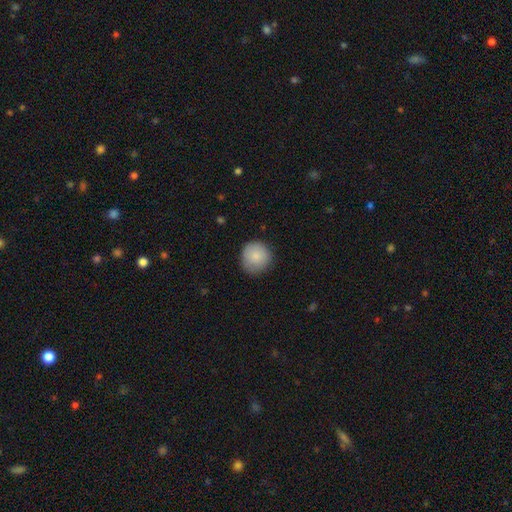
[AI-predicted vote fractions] smooth_or_featured: smooth (p=0.85) [alt: featured or disk p=0.08]
how_rounded: round (p=0.93) [alt: in between p=0.06]
merging: none (p=0.82) [alt: minor disturbance p=0.14]